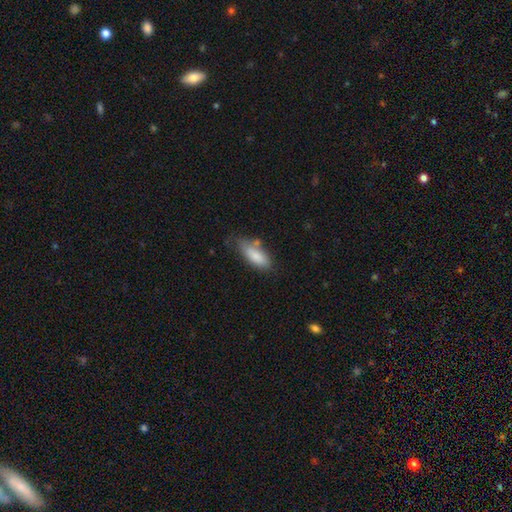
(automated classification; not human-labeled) Overall: smooth (83%). How rounded: in between (76%). Merging: none (57%; minor disturbance 28%).